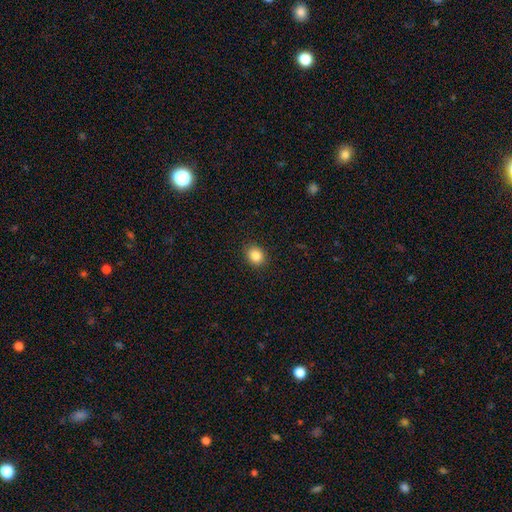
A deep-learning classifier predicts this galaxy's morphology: smooth 85%, star or artifact 10%, featured or disk 5%. Down the decision tree: how rounded — round (62%); merging — none (90%).